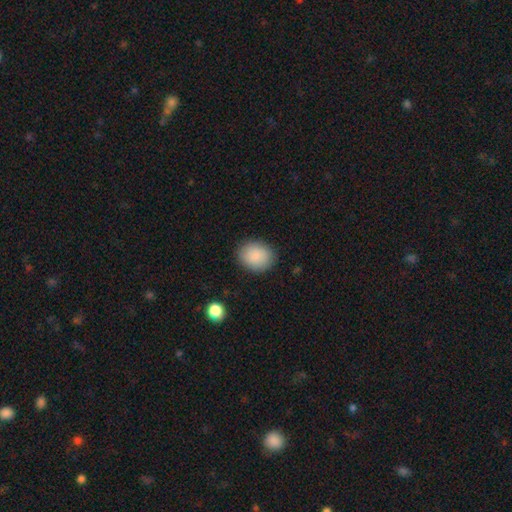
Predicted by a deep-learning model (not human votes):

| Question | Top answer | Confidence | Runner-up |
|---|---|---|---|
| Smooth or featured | smooth | 88% | star or artifact (7%) |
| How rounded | round | 59% | in between (40%) |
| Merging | none | 88% | minor disturbance (9%) |